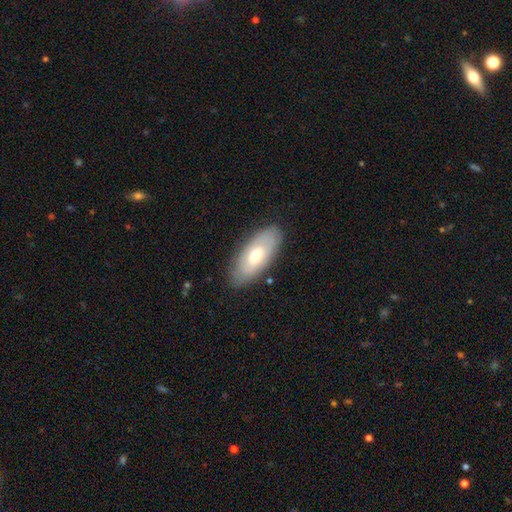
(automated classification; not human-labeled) smooth-or-featured: smooth: 57% | featured or disk: 38% | star or artifact: 6%
  how-rounded: in between: 88% | cigar-shaped: 9% | round: 2%
  merging: none: 84% | minor disturbance: 12% | major disturbance: 3% | merger: 1%